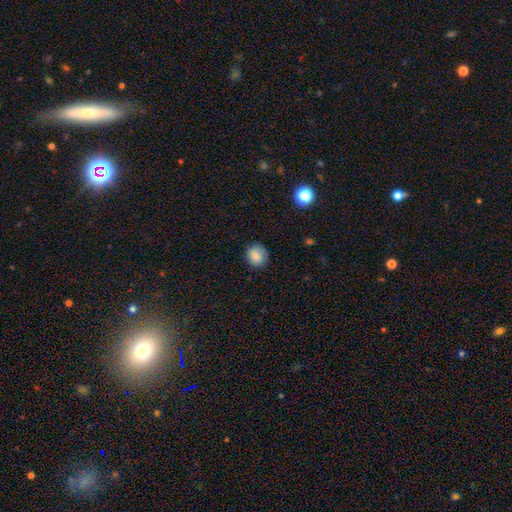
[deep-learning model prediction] Smooth or featured? smooth (85%)
How rounded? round (76%)
Merging? none (84%)